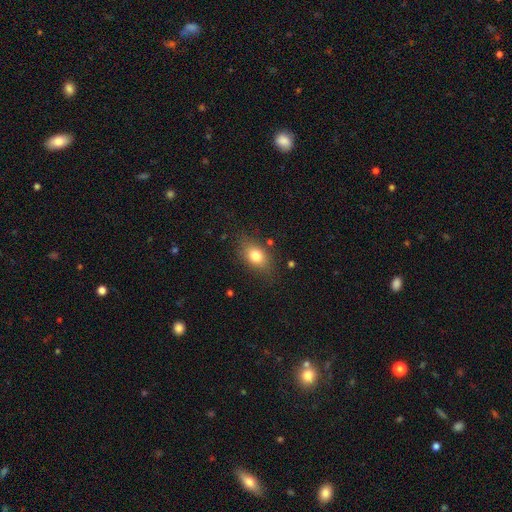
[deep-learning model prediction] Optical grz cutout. It shows a smooth galaxy with no disk features (78%) that is in between round and cigar-shaped (74%). Merging: none (79%).